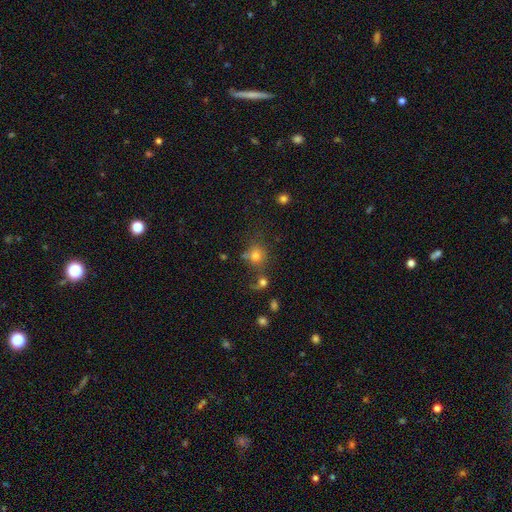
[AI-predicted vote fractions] smooth-or-featured: smooth: 72% | star or artifact: 16% | featured or disk: 12%
  how-rounded: round: 82% | in between: 17% | cigar-shaped: 1%
  merging: none: 54% | merger: 23% | minor disturbance: 13% | major disturbance: 9%